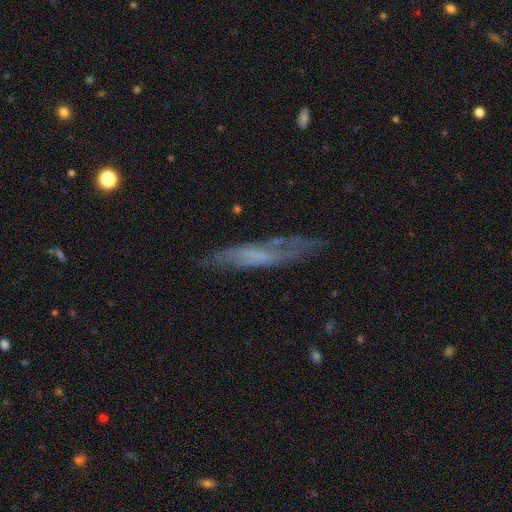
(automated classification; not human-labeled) Smooth or featured? Predicted: featured or disk (p=0.57). Edge-on disk? Predicted: yes (p=0.51). Merging? Predicted: none (p=0.61).